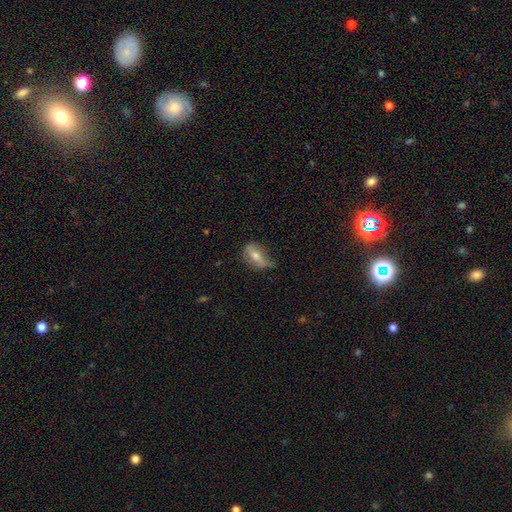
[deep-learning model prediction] A smooth galaxy with no disk features (50%).

Vote fractions:
- Smooth or featured? smooth: 50% / featured or disk: 41% / star or artifact: 9%
- Merging? none: 49% / minor disturbance: 34% / major disturbance: 15% / merger: 2%